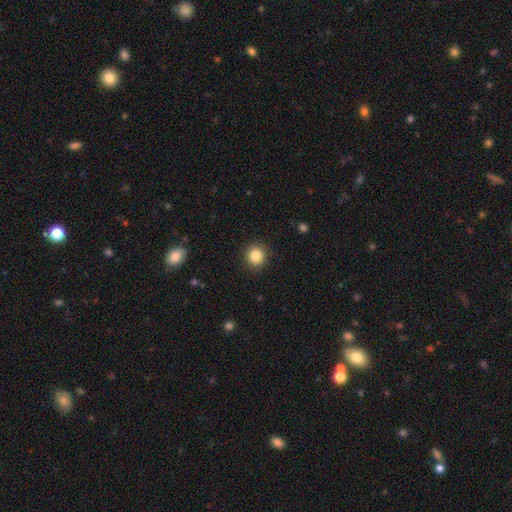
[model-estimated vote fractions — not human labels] Smooth or featured?
  - smooth: 85% *
  - star or artifact: 10%
  - featured or disk: 5%
How rounded?
  - round: 90% *
  - in between: 9%
  - cigar-shaped: 1%
Merging?
  - none: 91% *
  - minor disturbance: 6%
  - major disturbance: 2%
  - merger: 1%